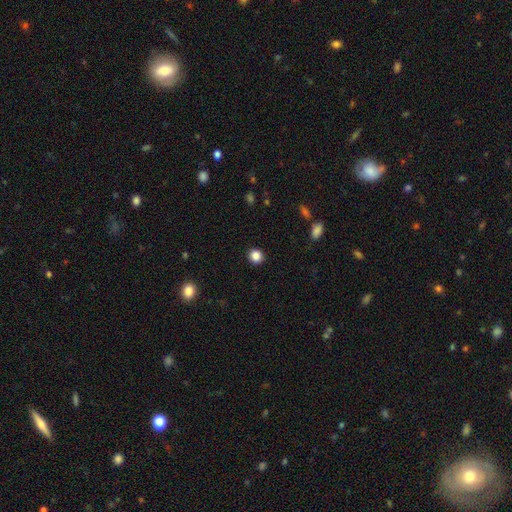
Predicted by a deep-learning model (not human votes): This is clearly a smooth galaxy (86%). How rounded: clearly round (87%). Merging: clearly none (91%).